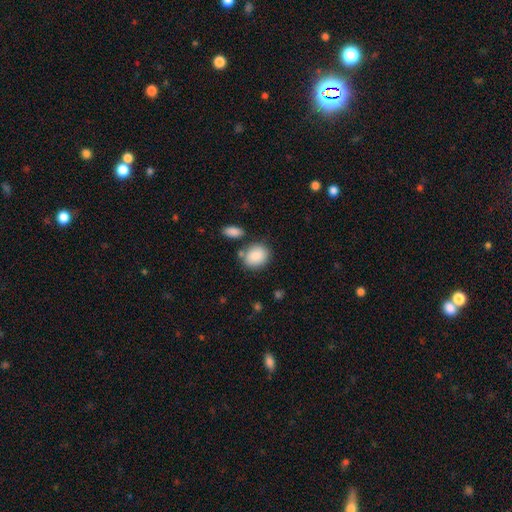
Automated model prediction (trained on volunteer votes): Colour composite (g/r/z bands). It shows a smooth galaxy with no disk features (88%) that is round (53%). Merging: none (69%).